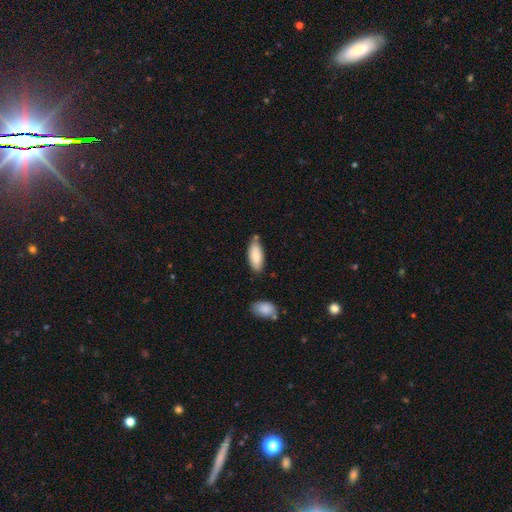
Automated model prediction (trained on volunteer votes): smooth 88%, featured or disk 6%, star or artifact 6%. Down the decision tree: how rounded — in between (84%); merging — none (69%).